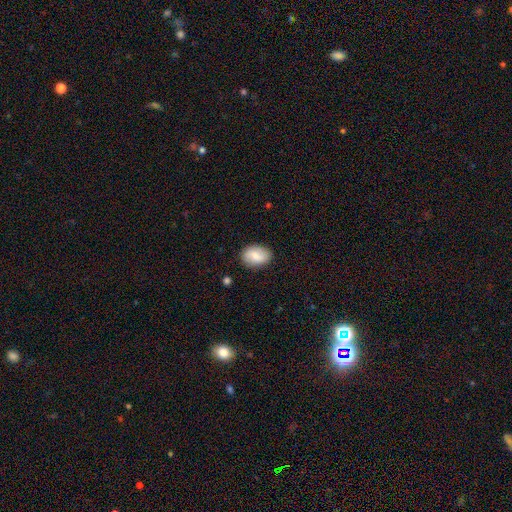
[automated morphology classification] Smooth or featured?
  - smooth: 74% *
  - featured or disk: 19%
  - star or artifact: 7%
How rounded?
  - in between: 81% *
  - round: 18%
  - cigar-shaped: 1%
Merging?
  - none: 83% *
  - minor disturbance: 13%
  - major disturbance: 3%
  - merger: 1%